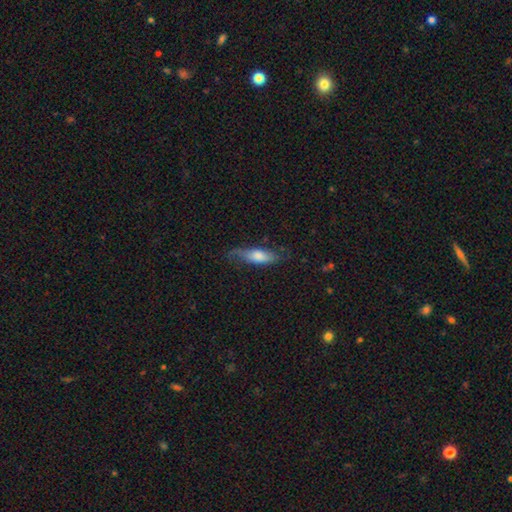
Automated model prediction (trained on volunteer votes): A smooth galaxy with no disk features (58%) that is cigar-shaped (55%).

Vote fractions:
- Smooth or featured? smooth: 58% / featured or disk: 35% / star or artifact: 7%
- How rounded? cigar-shaped: 55% / in between: 43% / round: 3%
- Merging? none: 60% / minor disturbance: 28% / major disturbance: 10% / merger: 2%